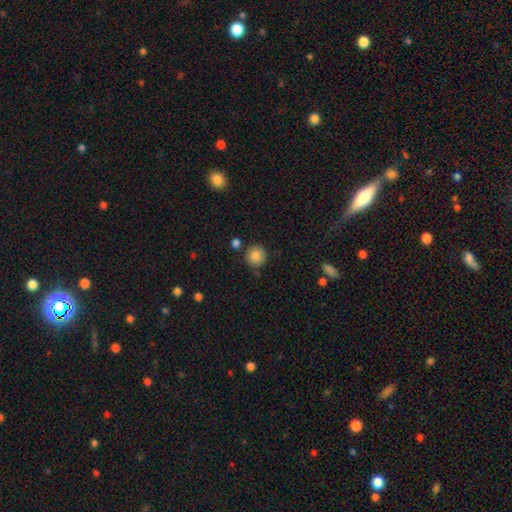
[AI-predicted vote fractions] smooth-or-featured: smooth: 85% | star or artifact: 9% | featured or disk: 6%
  how-rounded: round: 94% | in between: 5% | cigar-shaped: 1%
  merging: none: 86% | minor disturbance: 8% | merger: 4% | major disturbance: 2%